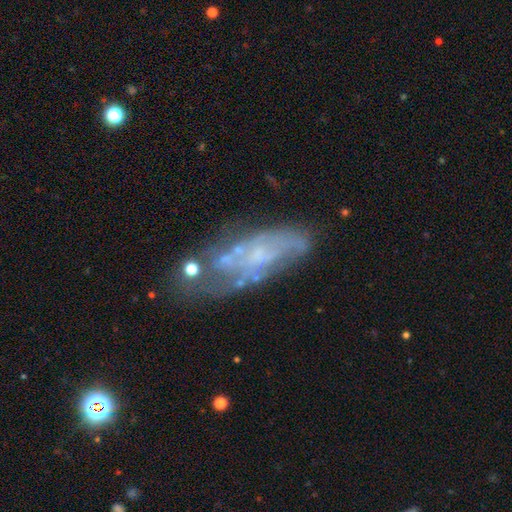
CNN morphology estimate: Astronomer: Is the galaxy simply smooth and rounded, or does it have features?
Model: featured or disk — 66%.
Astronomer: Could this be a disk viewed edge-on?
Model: no — 87%.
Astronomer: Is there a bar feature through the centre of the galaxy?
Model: no — 76%.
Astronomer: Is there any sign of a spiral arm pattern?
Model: yes — 52% (runner-up: no, 48%).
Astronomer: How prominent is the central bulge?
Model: none — 44% (runner-up: small, 38%).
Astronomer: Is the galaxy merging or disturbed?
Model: none — 53%.